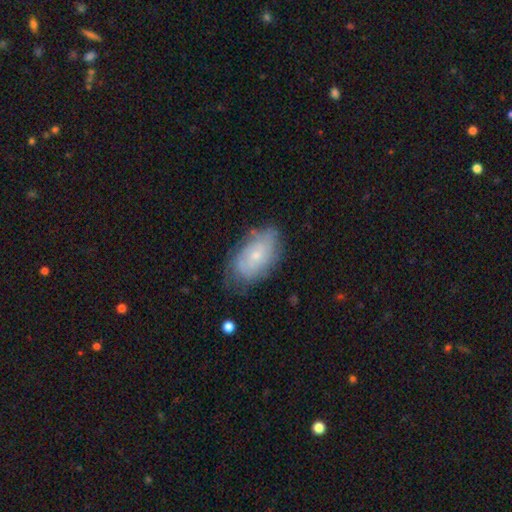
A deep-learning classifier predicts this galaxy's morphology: featured or disk 59%, smooth 34%, star or artifact 7%. Down the decision tree: edge-on disk — no (95%); bar — no (77%); spiral arms — yes (80%); bulge size — small (71%); merging — none (66%).